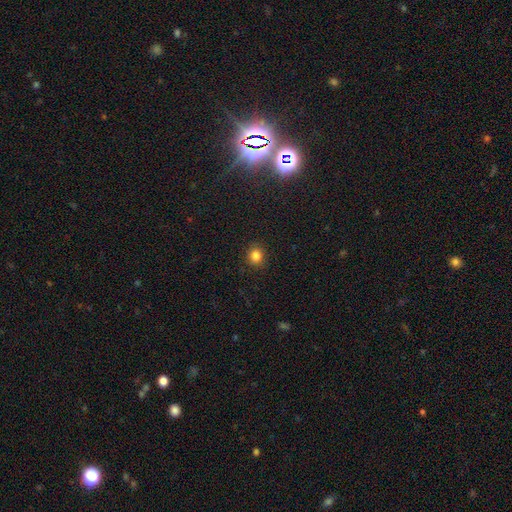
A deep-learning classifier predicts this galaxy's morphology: smooth_or_featured: smooth (p=0.84) [alt: star or artifact p=0.12]
how_rounded: round (p=0.81) [alt: in between p=0.18]
merging: none (p=0.90) [alt: minor disturbance p=0.07]